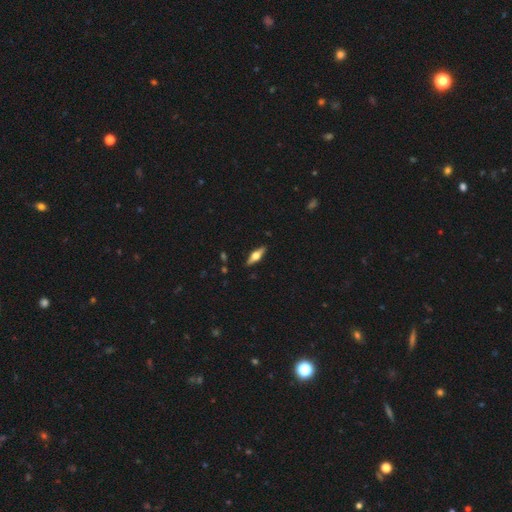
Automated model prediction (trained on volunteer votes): Smooth or featured: featured or disk — 63% (smooth — 31%)
Edge-on disk: yes — 95% (no — 5%)
Edge-on bulge: rounded — 94% (boxy — 5%)
Merging: none — 89% (minor disturbance — 8%)